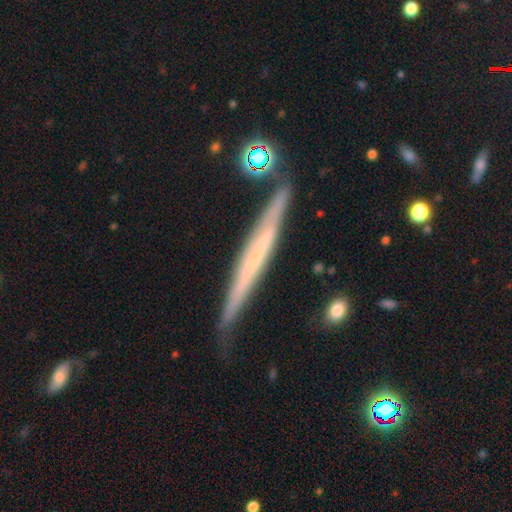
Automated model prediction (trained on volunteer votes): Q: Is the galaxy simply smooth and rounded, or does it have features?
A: featured or disk — 62%.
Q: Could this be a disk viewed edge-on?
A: yes — 95%.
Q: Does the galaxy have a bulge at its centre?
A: none — 81%.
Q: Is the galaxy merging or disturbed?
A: none — 80%.